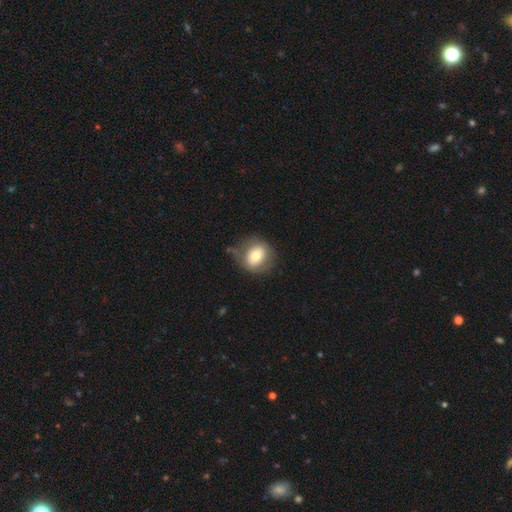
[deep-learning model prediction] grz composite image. It shows a smooth galaxy with no disk features (68%) that is round (72%). Merging: none (66%).